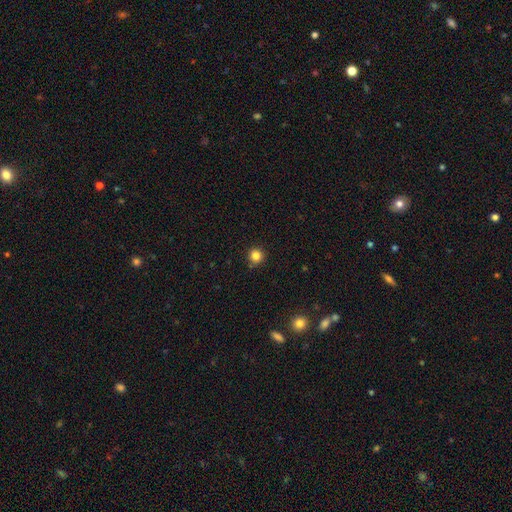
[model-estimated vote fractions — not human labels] Smooth or featured? Predicted: smooth (p=0.83). How rounded? Predicted: round (p=0.95). Merging? Predicted: none (p=0.89).